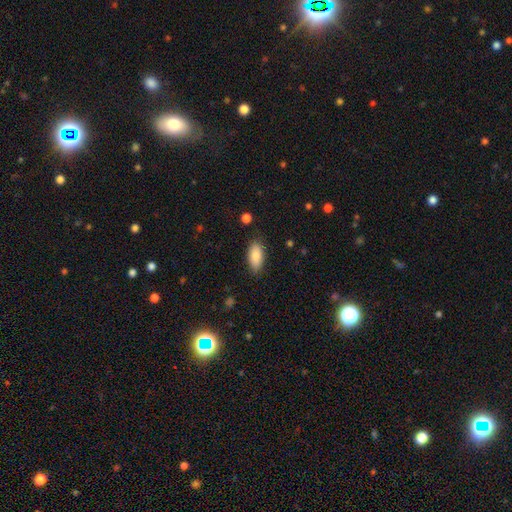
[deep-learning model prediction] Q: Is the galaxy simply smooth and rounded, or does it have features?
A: smooth — 87%.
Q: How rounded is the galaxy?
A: in between — 89%.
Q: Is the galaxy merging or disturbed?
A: none — 83%.